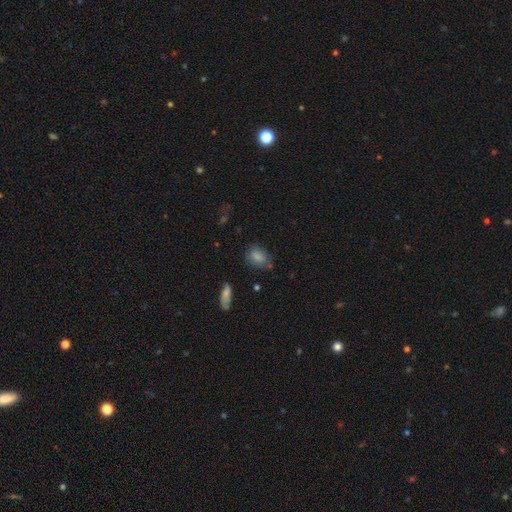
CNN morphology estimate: smooth-or-featured: smooth: 68% | featured or disk: 16% | star or artifact: 16%
  how-rounded: in between: 74% | round: 23% | cigar-shaped: 3%
  merging: none: 67% | minor disturbance: 22% | major disturbance: 8% | merger: 3%